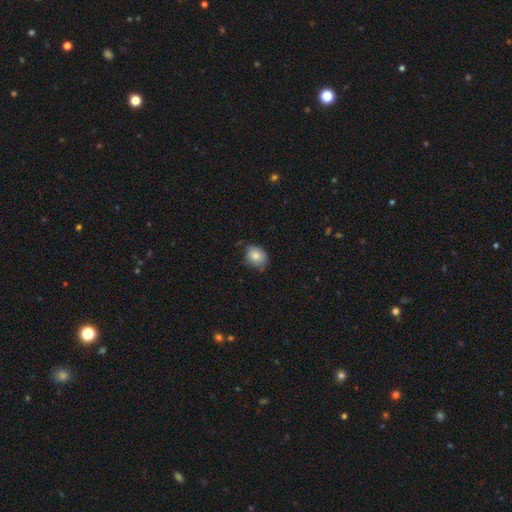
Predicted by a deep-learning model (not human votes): Smooth or featured: smooth — 81% (featured or disk — 10%)
How rounded: round — 52% (in between — 47%)
Merging: none — 66% (minor disturbance — 28%)